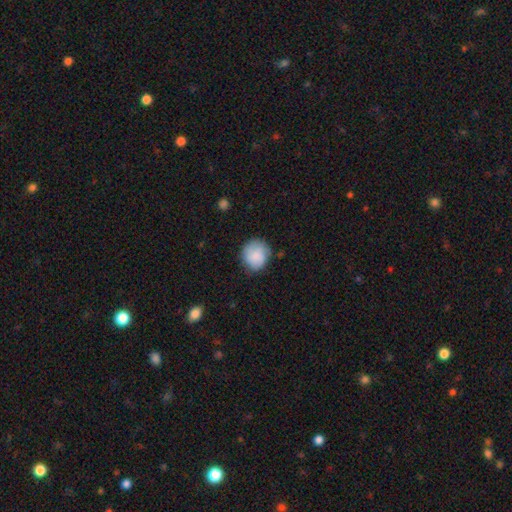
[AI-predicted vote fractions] Morphology: type=smooth (71%); roundness=round (82%); merging=none (74%).